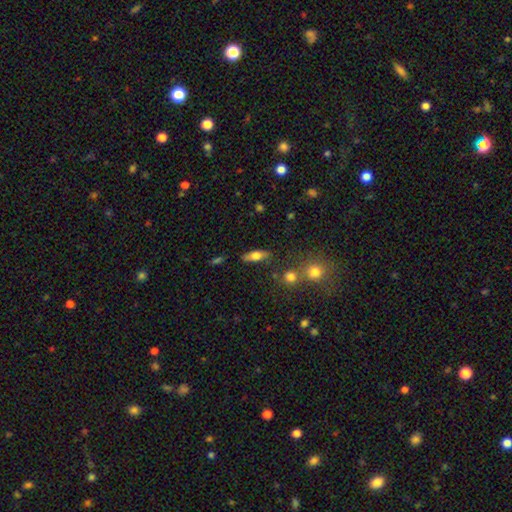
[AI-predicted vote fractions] This appears to be a smooth galaxy with no disk features (65%) that is in between round and cigar-shaped (66%). Merging: none (78%).